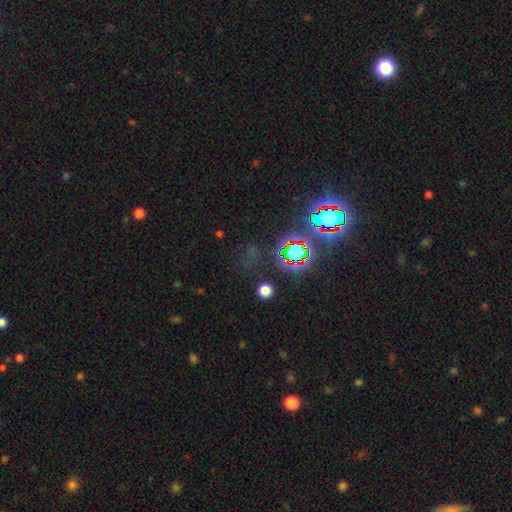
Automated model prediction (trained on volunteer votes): This is likely a star or artifact rather than a galaxy (78%).